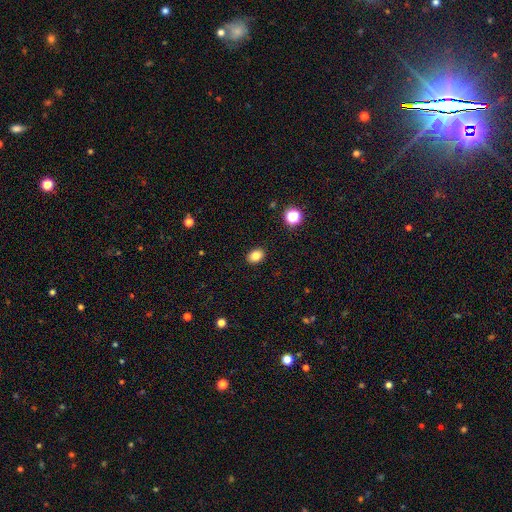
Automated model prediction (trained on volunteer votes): Smooth or featured? smooth (83%)
How rounded? in between (69%)
Merging? none (90%)